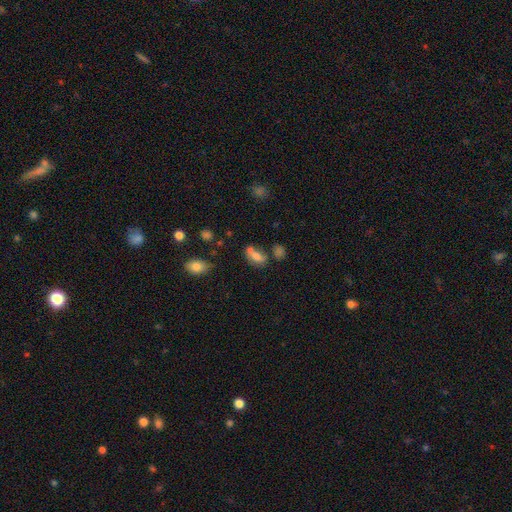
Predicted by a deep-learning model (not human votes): A smooth galaxy with no disk features (70%) that is in between round and cigar-shaped (81%). Merging: merger (40%).